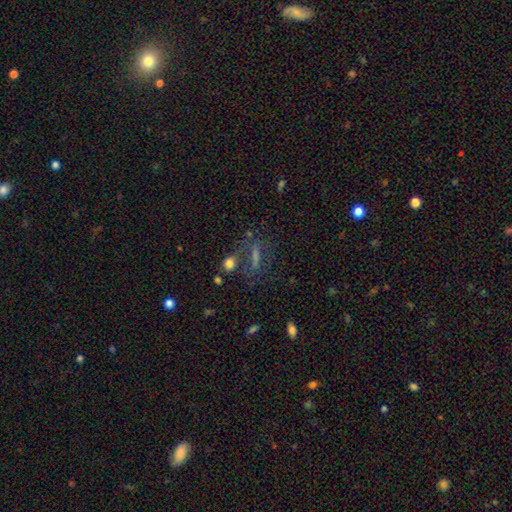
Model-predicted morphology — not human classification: type=smooth (38%); merging=none (62%).